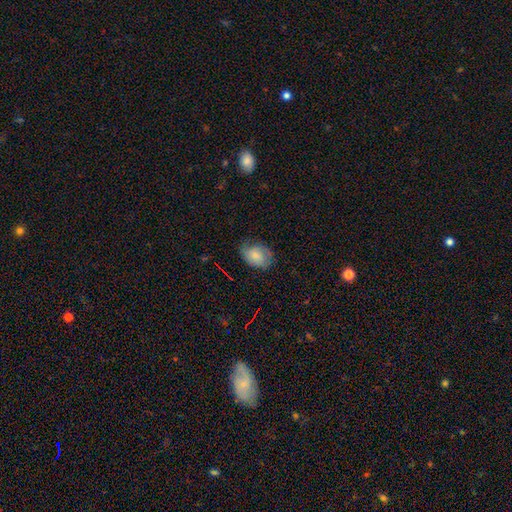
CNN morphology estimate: Smooth or featured?
  - smooth: 63% *
  - featured or disk: 29%
  - star or artifact: 8%
How rounded?
  - in between: 73% *
  - round: 26%
  - cigar-shaped: 1%
Merging?
  - none: 63% *
  - minor disturbance: 27%
  - major disturbance: 9%
  - merger: 1%